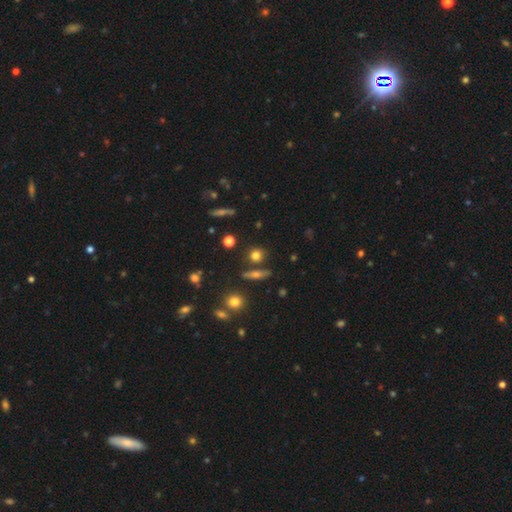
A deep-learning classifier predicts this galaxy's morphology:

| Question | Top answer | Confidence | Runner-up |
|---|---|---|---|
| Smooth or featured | smooth | 73% | star or artifact (15%) |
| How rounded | round | 79% | in between (16%) |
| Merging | none | 76% | minor disturbance (11%) |